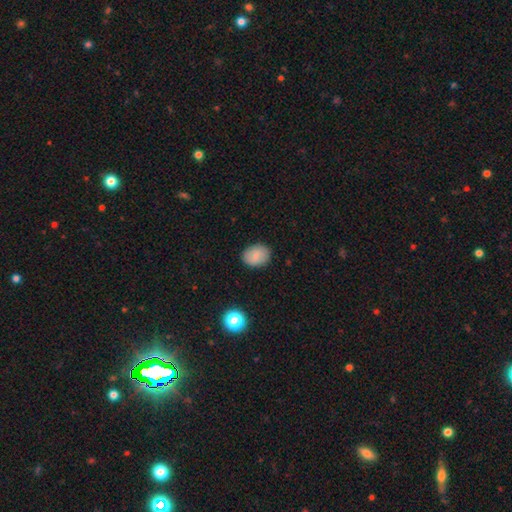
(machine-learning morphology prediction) The model was most divided on "how rounded": in between: 59%, round: 40%, cigar-shaped: 1%. More confident: merging — none (86%); smooth or featured — smooth (83%).